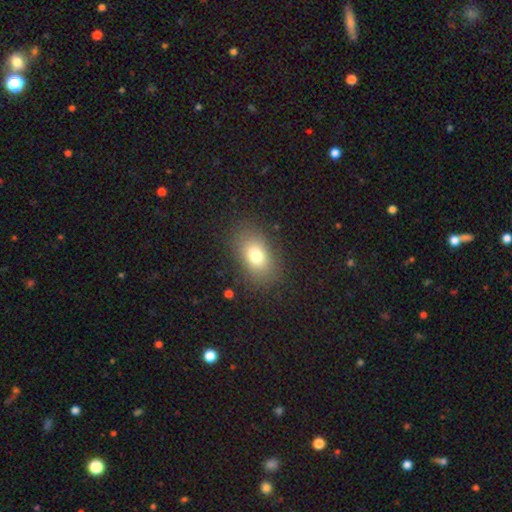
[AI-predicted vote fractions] Smooth or featured? Predicted: smooth (p=0.76). How rounded? Predicted: in between (p=0.82). Merging? Predicted: none (p=0.82).